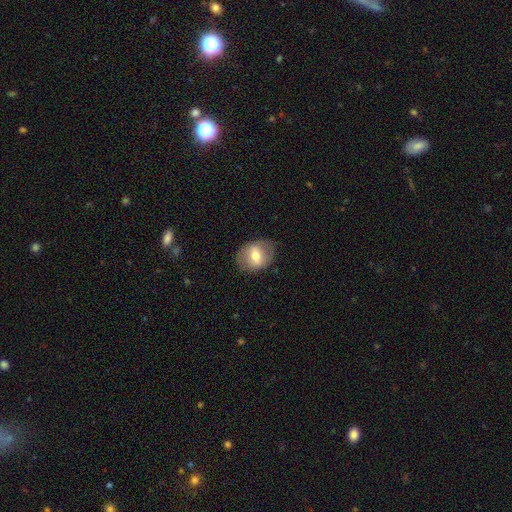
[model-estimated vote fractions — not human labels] Smooth or featured: smooth — 54% (featured or disk — 39%)
How rounded: in between — 59% (round — 39%)
Merging: none — 79% (minor disturbance — 15%)